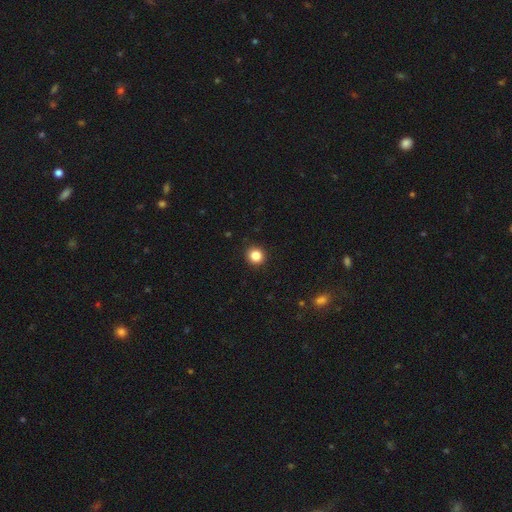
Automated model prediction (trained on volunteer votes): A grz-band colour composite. It shows a smooth galaxy with no disk features (85%) that is round (93%). Merging: none (93%).